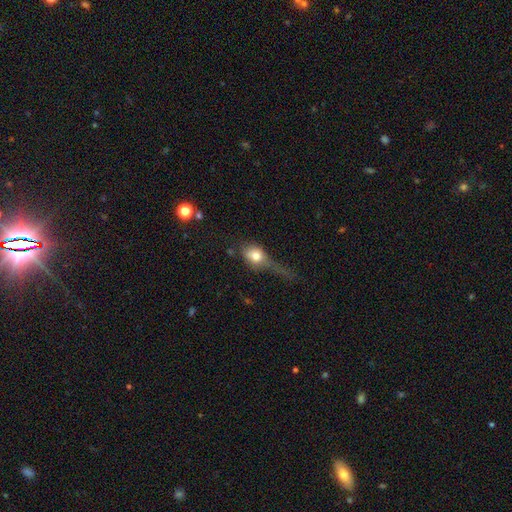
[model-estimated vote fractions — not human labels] The model was most divided on "merging": major disturbance: 41%, none: 27%, minor disturbance: 26%, merger: 6%. More confident: smooth or featured — smooth (69%); how rounded — in between (57%).